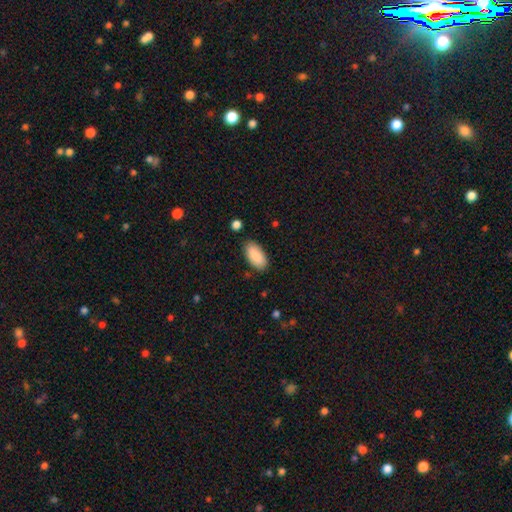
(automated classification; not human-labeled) Overall: smooth (90%). How rounded: in between (92%). Merging: none (85%).